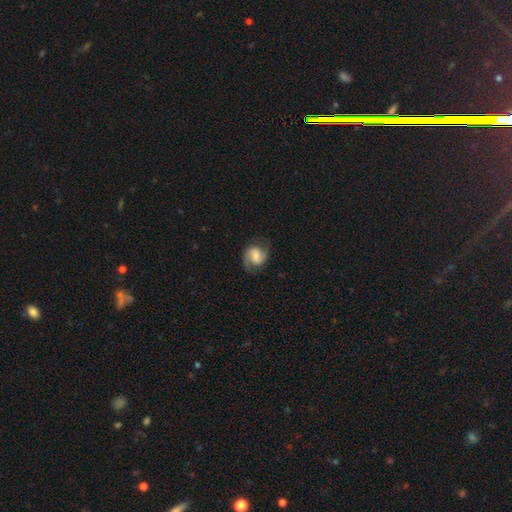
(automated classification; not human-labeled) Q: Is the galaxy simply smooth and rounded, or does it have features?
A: featured or disk — 71%.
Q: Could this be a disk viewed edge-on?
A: no — 98%.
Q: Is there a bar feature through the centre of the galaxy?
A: weak — 48%.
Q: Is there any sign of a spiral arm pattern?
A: yes — 95%.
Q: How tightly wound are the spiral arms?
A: medium — 51%.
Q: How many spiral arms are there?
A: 2 — 90%.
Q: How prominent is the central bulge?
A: moderate — 37%.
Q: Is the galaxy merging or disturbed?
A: none — 76%.